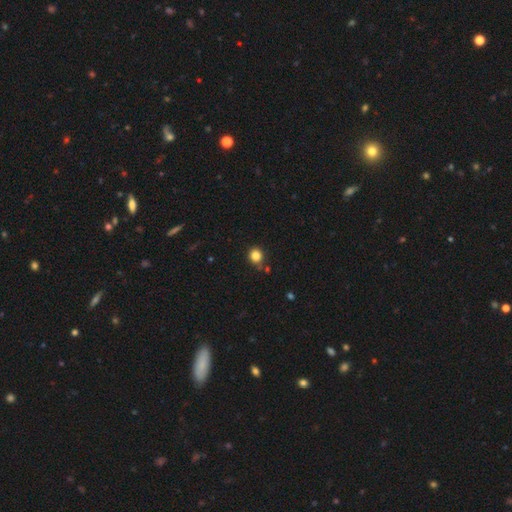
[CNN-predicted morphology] Q: Smooth or featured?
A: smooth (84%); runner-up: star or artifact (12%)
Q: How rounded?
A: round (82%); runner-up: in between (17%)
Q: Merging?
A: none (80%); runner-up: minor disturbance (12%)